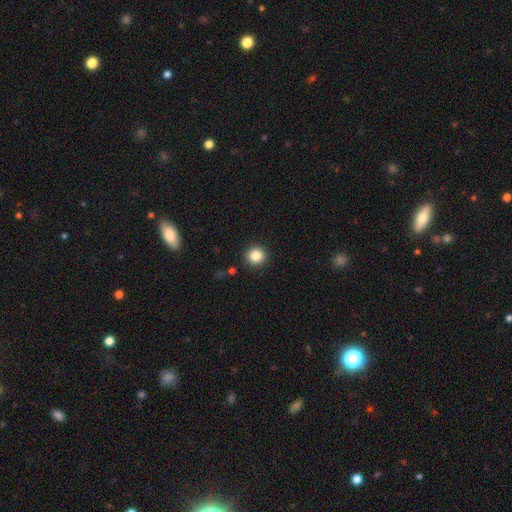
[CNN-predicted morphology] Smooth or featured? smooth (85%)
How rounded? round (93%)
Merging? none (92%)